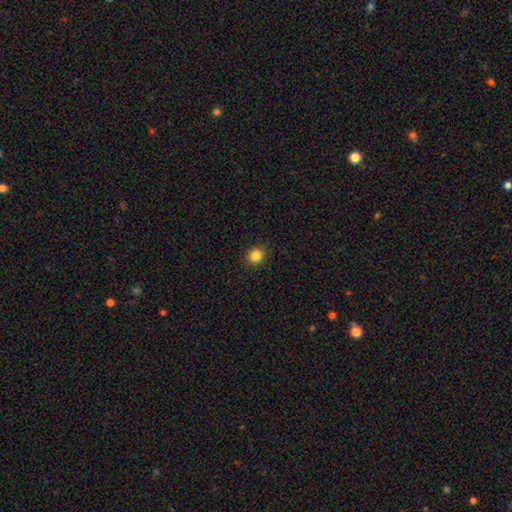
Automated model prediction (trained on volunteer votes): This is clearly a smooth galaxy (85%). How rounded: clearly round (87%). Merging: clearly none (91%).